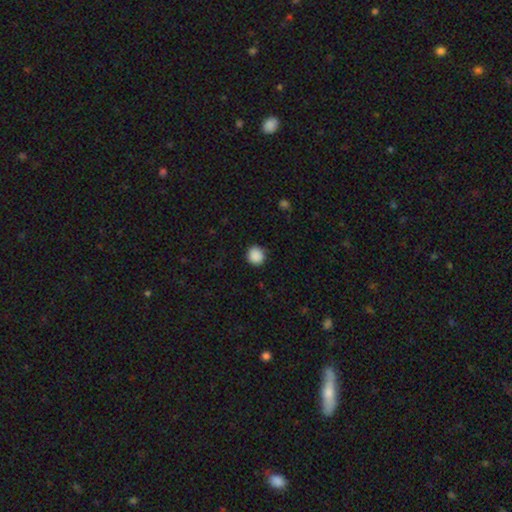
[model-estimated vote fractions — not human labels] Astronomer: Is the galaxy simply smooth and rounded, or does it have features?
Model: smooth — 89%.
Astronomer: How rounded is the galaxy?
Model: round — 91%.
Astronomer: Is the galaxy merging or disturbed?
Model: none — 89%.